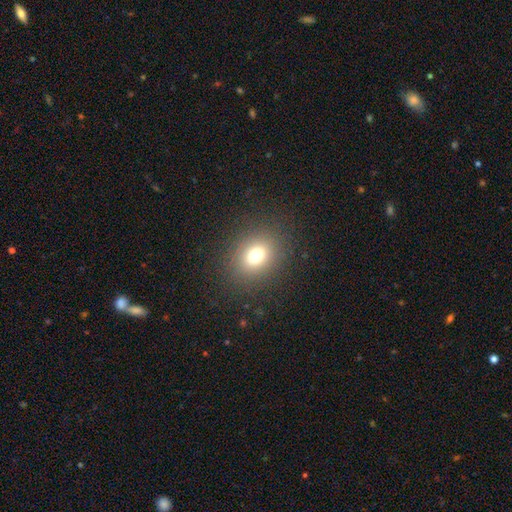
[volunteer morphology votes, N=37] Volunteers were most divided on "how rounded": round: 60%, in between: 40%, cigar-shaped: 0%. More confident: merging — none (83%); smooth or featured — smooth (81%).